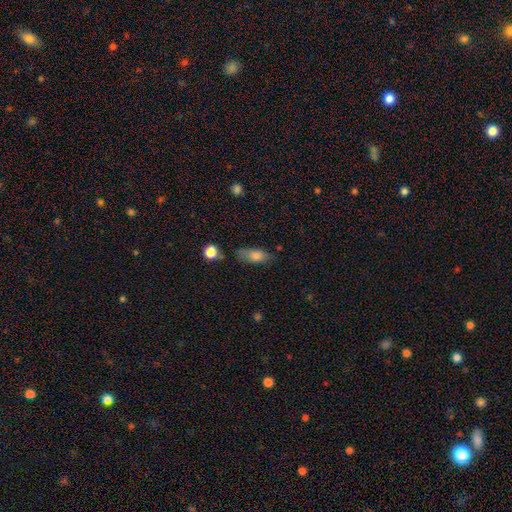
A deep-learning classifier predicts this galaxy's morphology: A smooth galaxy with no disk features (77%) that is in between round and cigar-shaped (78%).

Vote fractions:
- Smooth or featured? smooth: 77% / featured or disk: 14% / star or artifact: 8%
- How rounded? in between: 78% / cigar-shaped: 18% / round: 5%
- Merging? none: 64% / minor disturbance: 25% / major disturbance: 8% / merger: 4%